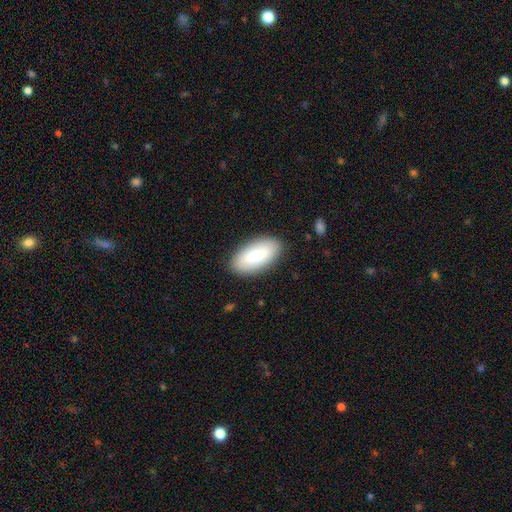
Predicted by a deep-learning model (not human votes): Smooth or featured? smooth (73%)
How rounded? in between (93%)
Merging? none (87%)